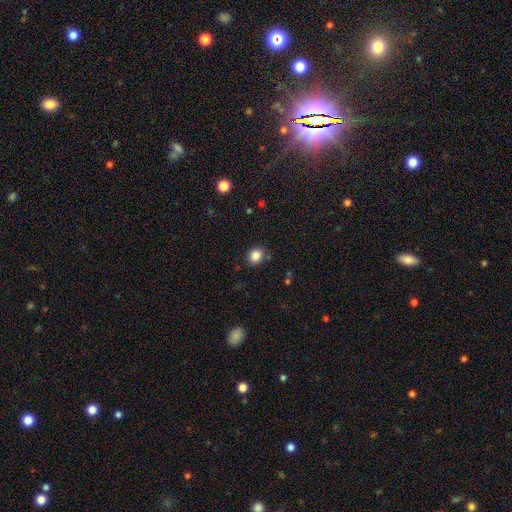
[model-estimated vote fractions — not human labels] Smooth or featured? Predicted: smooth (p=0.85). How rounded? Predicted: round (p=0.74). Merging? Predicted: none (p=0.86).